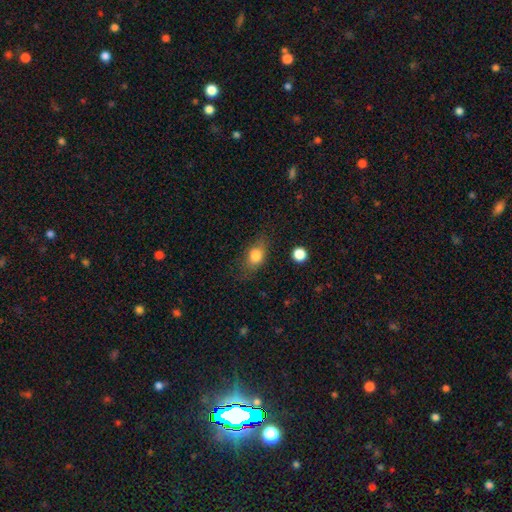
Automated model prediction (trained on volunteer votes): This is likely a smooth galaxy (78%). How rounded: likely in between (72%). Merging: likely none (68%).